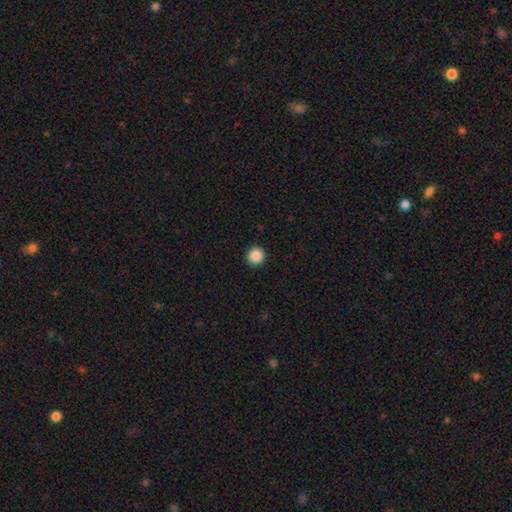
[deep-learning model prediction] Morphology: type=smooth (88%); roundness=round (95%); merging=none (93%).